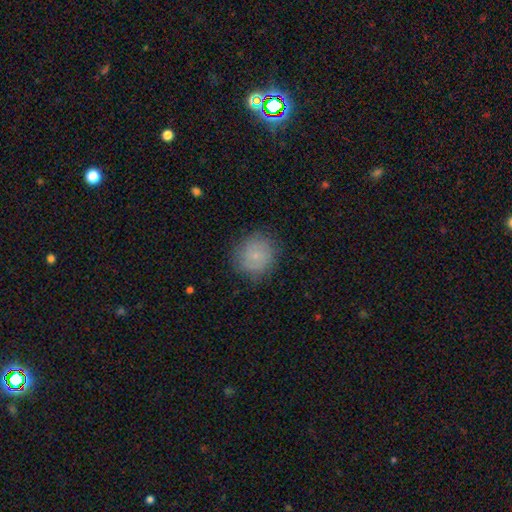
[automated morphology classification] This appears to be a smooth galaxy with no disk features (66%) that is round (88%). Merging: none (81%).